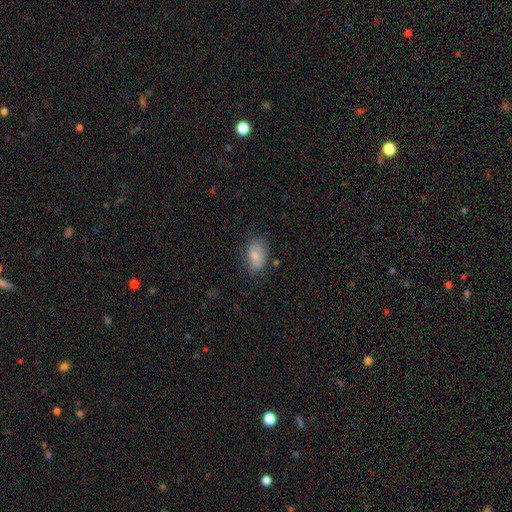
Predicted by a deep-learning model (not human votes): This is likely a smooth galaxy (79%). How rounded: clearly in between (91%). Merging: likely none (72%).